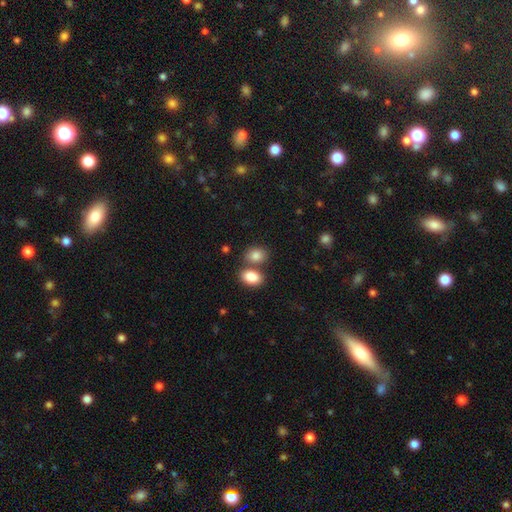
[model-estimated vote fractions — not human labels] Overall: smooth (85%). How rounded: in between (70%). Merging: none (51%; merger 35%).